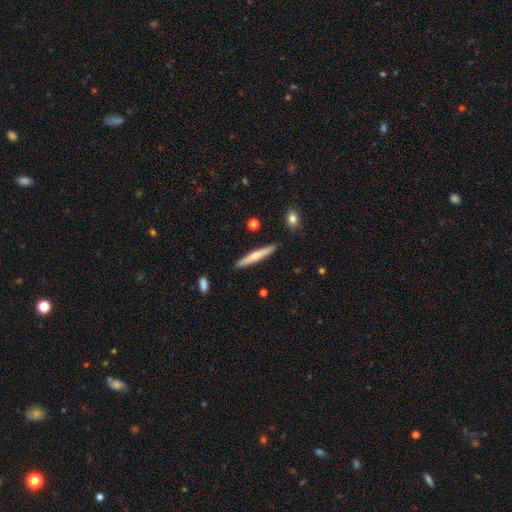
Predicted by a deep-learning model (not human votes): This appears to be a smooth galaxy with no disk features (51%) that is cigar-shaped (94%). Merging: none (89%).